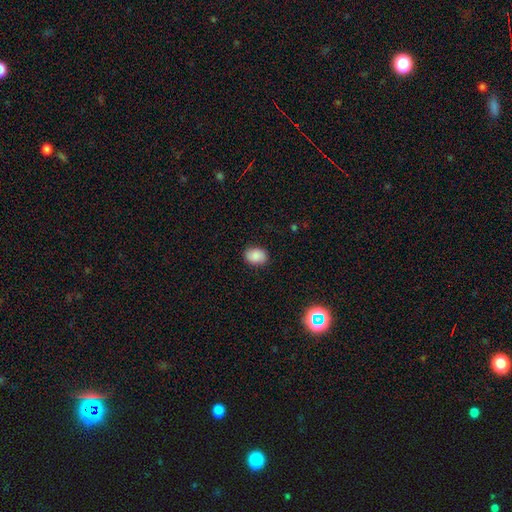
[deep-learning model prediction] Smooth or featured?
  - smooth: 85% *
  - star or artifact: 9%
  - featured or disk: 7%
How rounded?
  - in between: 70% *
  - round: 29%
  - cigar-shaped: 1%
Merging?
  - none: 86% *
  - minor disturbance: 11%
  - major disturbance: 3%
  - merger: 1%